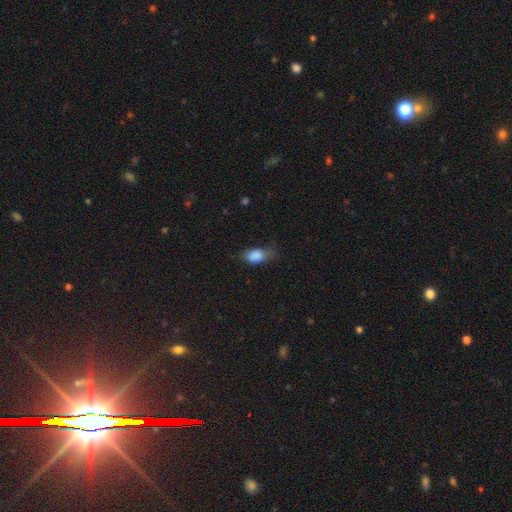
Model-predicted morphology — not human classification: Smooth or featured? Predicted: smooth (p=0.84). How rounded? Predicted: in between (p=0.85). Merging? Predicted: none (p=0.47).